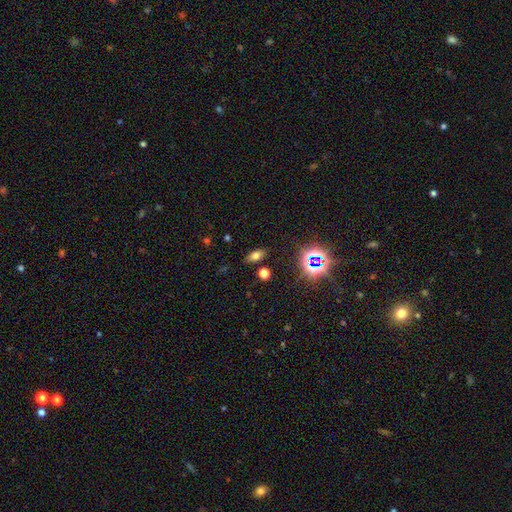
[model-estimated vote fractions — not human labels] smooth_or_featured: smooth (p=0.62) [alt: star or artifact p=0.23]
how_rounded: in between (p=0.82) [alt: round p=0.09]
merging: none (p=0.85) [alt: minor disturbance p=0.10]